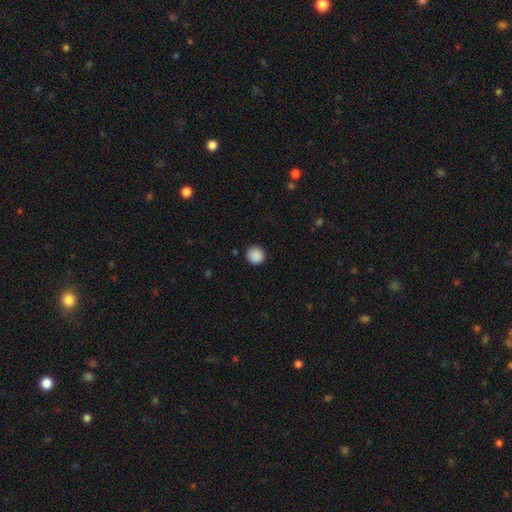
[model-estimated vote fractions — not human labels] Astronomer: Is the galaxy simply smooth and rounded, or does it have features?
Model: smooth — 89%.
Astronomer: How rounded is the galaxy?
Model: round — 92%.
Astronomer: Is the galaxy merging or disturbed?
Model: none — 89%.